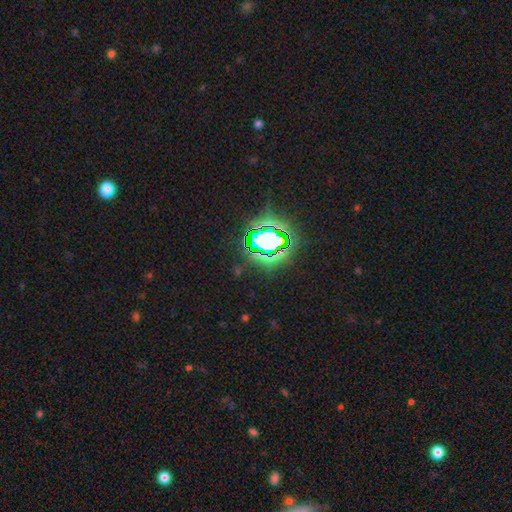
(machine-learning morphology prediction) smooth-or-featured: star or artifact: 81% | smooth: 12% | featured or disk: 7%